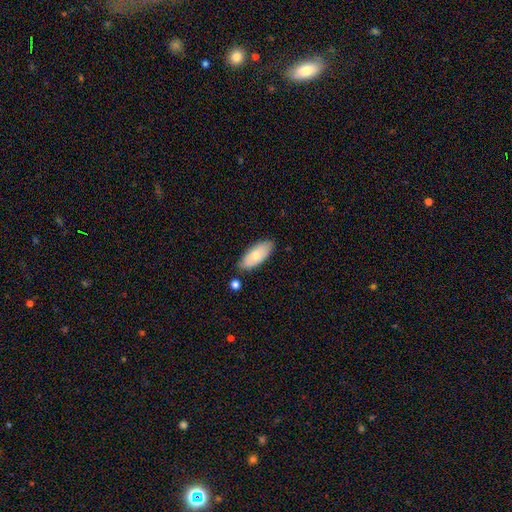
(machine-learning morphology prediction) Smooth or featured?
  - smooth: 72% *
  - featured or disk: 22%
  - star or artifact: 6%
How rounded?
  - in between: 86% *
  - cigar-shaped: 12%
  - round: 2%
Merging?
  - none: 80% *
  - minor disturbance: 14%
  - merger: 4%
  - major disturbance: 3%